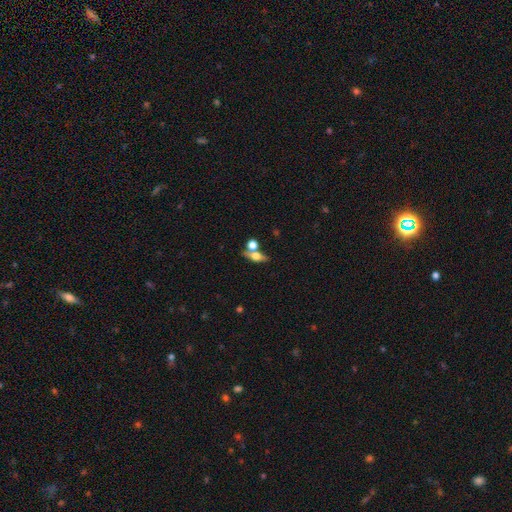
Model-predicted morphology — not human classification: type=smooth (47%); merging=none (58%).